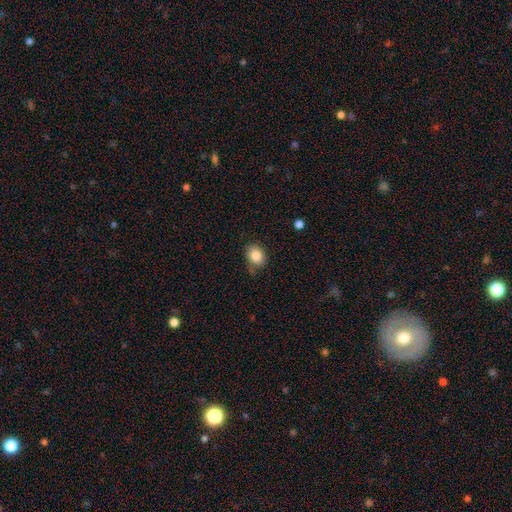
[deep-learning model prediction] Morphology: type=smooth (84%); roundness=in between (54%); merging=none (73%).